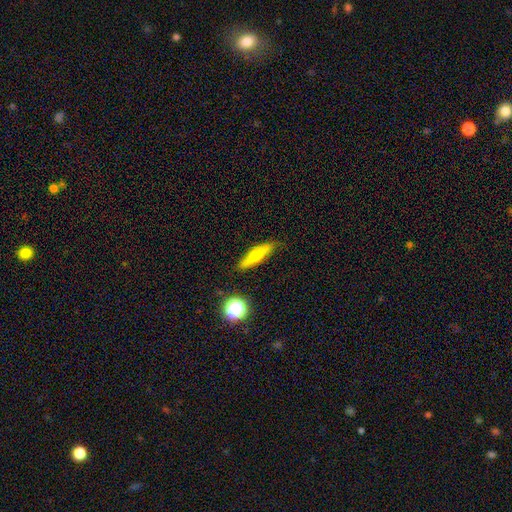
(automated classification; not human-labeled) This appears to be a smooth galaxy with no disk features (55%) that is cigar-shaped (70%). Merging: none (81%).